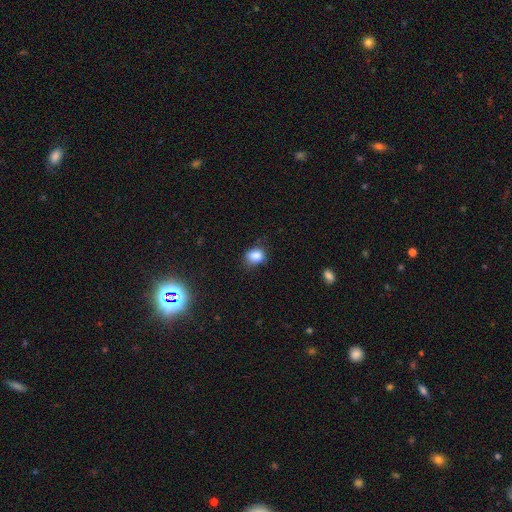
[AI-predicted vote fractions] This is clearly a smooth galaxy (85%). How rounded: possibly in between (50%). Merging: likely none (66%).